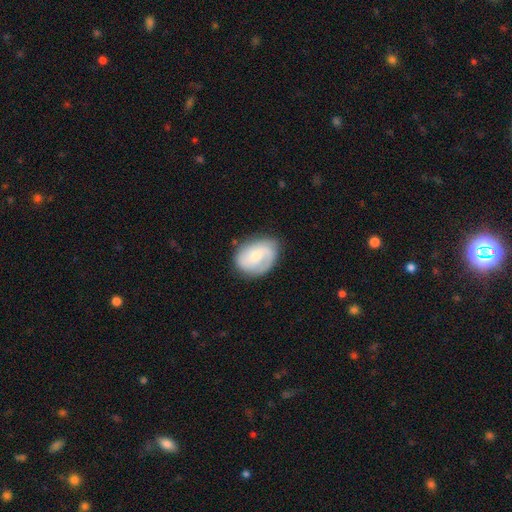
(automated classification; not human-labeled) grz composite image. It shows a featured or disk galaxy (55%) with no bar (61%), spiral arms (84%) and a small central bulge (50%). Merging: none (72%).